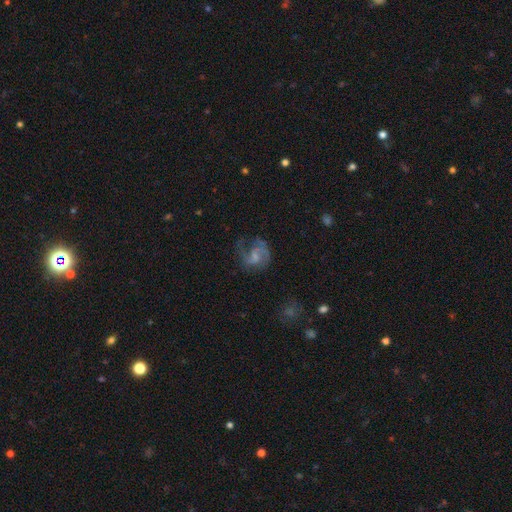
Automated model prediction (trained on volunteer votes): Smooth or featured?
  - featured or disk: 72% *
  - smooth: 20%
  - star or artifact: 9%
Edge-on disk?
  - no: 98% *
  - yes: 2%
Bar?
  - weak: 48% *
  - no: 43%
  - strong: 10%
Spiral arms?
  - yes: 87% *
  - no: 13%
Spiral winding?
  - medium: 49% *
  - loose: 34%
  - tight: 17%
Spiral arm count?
  - 2: 69% *
  - 1: 12%
  - can't tell: 11%
  - 3: 4%
  - 4: 2%
  - more than 4: 2%
Bulge size?
  - small: 44% *
  - none: 28%
  - moderate: 24%
  - large: 3%
  - dominant: 1%
Merging?
  - none: 50% *
  - major disturbance: 26%
  - minor disturbance: 22%
  - merger: 3%